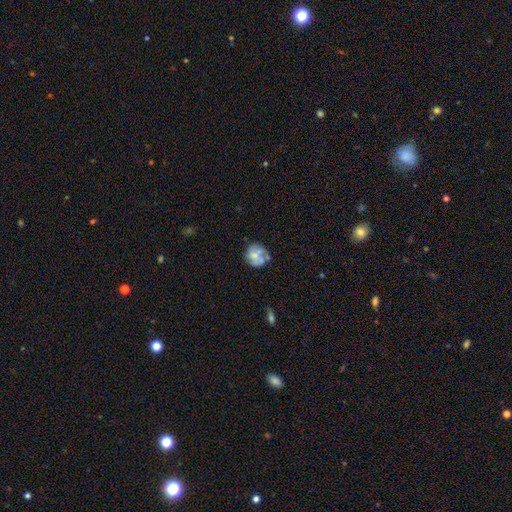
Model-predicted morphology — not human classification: A smooth galaxy with no disk features (48%). Merging: none (53%).